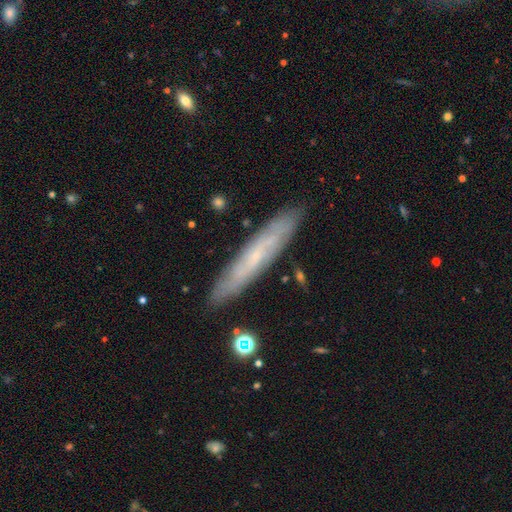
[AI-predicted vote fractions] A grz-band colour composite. It shows a featured or disk galaxy (55%) viewed edge-on (66%). Merging: none (86%).